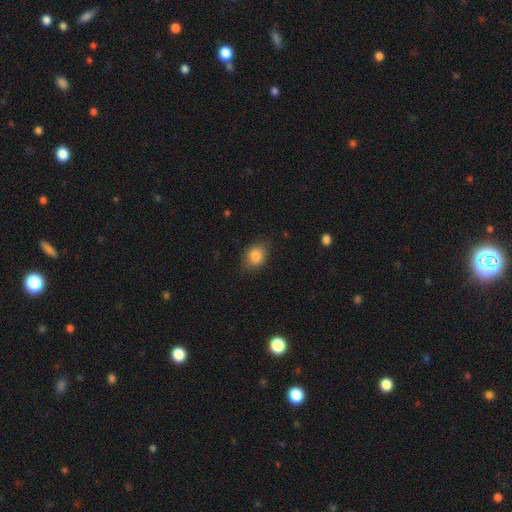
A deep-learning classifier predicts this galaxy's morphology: smooth 85%, star or artifact 9%, featured or disk 6%. Down the decision tree: how rounded — in between (57%); merging — none (79%).